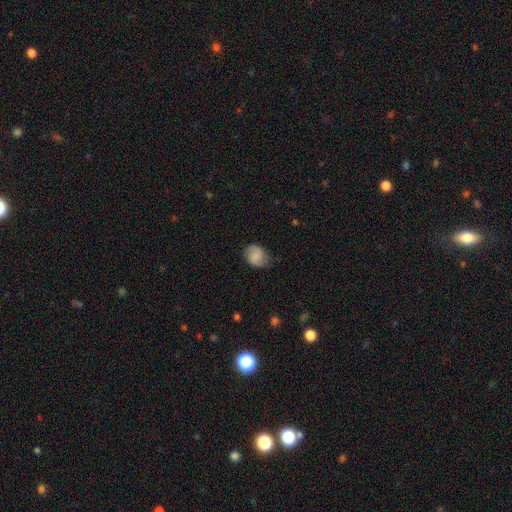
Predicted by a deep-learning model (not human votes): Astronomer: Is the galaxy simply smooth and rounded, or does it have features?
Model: smooth — 67%.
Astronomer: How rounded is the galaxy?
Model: in between — 54% (runner-up: round, 44%).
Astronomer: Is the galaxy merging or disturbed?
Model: none — 71%.